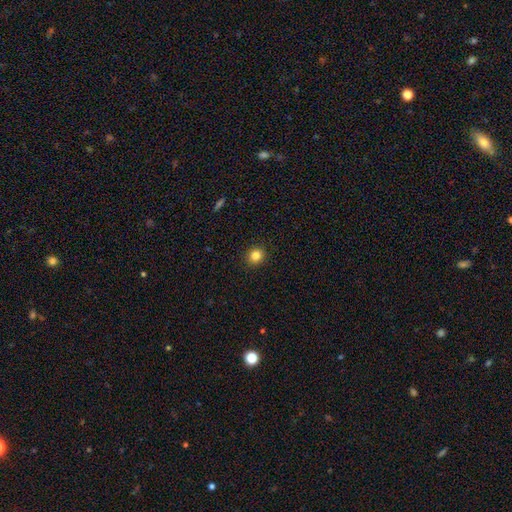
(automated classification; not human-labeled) smooth 83%, star or artifact 12%, featured or disk 6%. Down the decision tree: how rounded — round (84%); merging — none (92%).